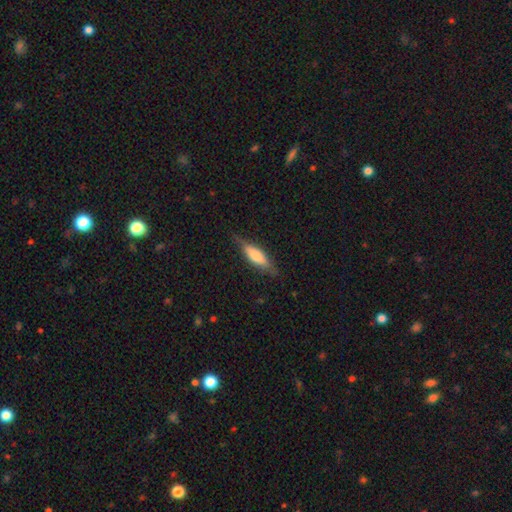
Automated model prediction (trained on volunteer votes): Smooth or featured? Predicted: smooth (p=0.66). How rounded? Predicted: cigar-shaped (p=0.52). Merging? Predicted: none (p=0.76).